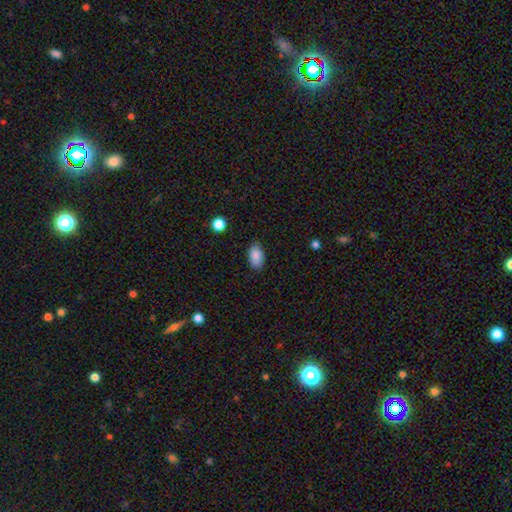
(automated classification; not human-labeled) A smooth galaxy with no disk features (88%) that is in between round and cigar-shaped (93%). Merging: none (85%).